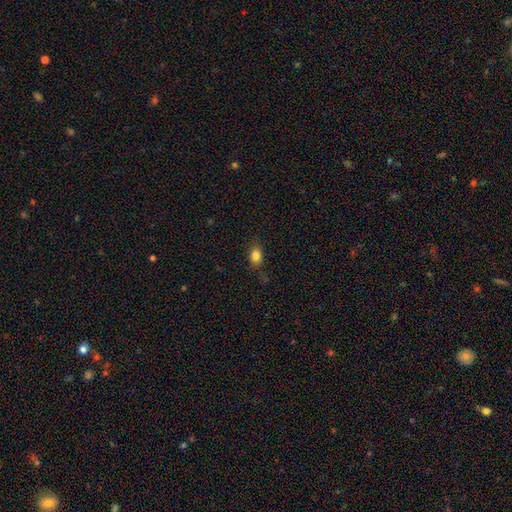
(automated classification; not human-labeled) Q: Smooth or featured?
A: smooth (83%); runner-up: star or artifact (11%)
Q: How rounded?
A: in between (64%); runner-up: round (34%)
Q: Merging?
A: none (78%); runner-up: minor disturbance (16%)